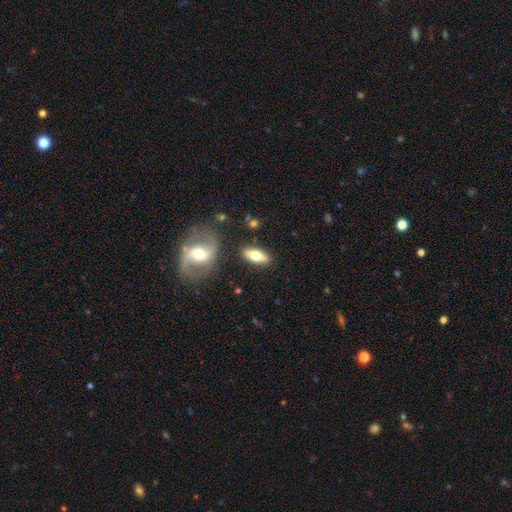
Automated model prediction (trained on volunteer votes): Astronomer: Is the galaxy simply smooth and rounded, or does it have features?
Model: smooth — 53% (runner-up: featured or disk, 41%).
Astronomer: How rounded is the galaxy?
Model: in between — 65%.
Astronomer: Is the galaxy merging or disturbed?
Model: none — 82%.